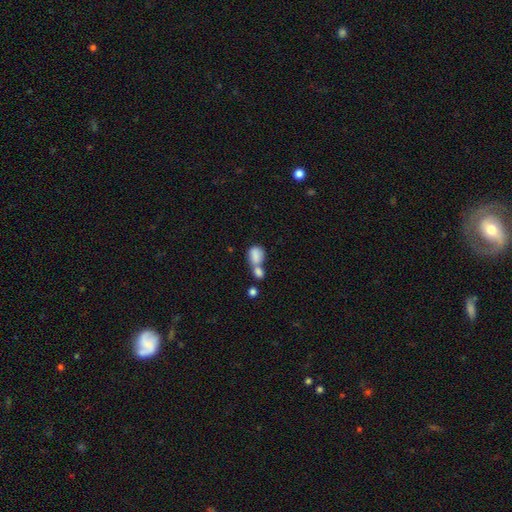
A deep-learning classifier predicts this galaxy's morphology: Smooth or featured? smooth (81%)
How rounded? in between (61%)
Merging? merger (66%)